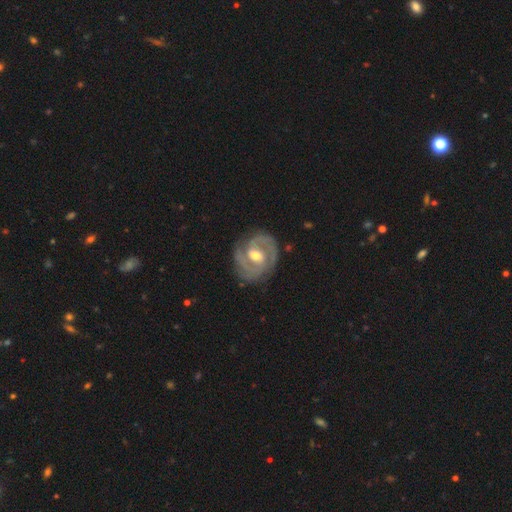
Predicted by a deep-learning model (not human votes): Overall: featured or disk (90%). Edge-on disk: no (98%). Bar: weak (51%; no 30%). Spiral arms: yes (97%). Spiral arm count: 2 (81%). Spiral winding: tight (52%; medium 41%). Bulge size: moderate (72%). Merging: none (81%).